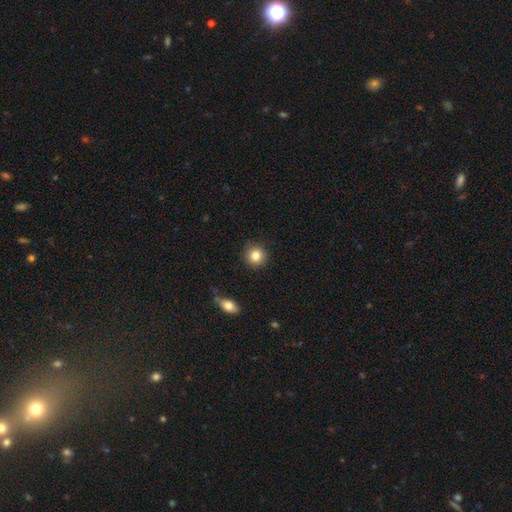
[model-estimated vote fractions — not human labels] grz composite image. It shows a smooth galaxy with no disk features (84%) that is round (92%). Merging: none (90%).